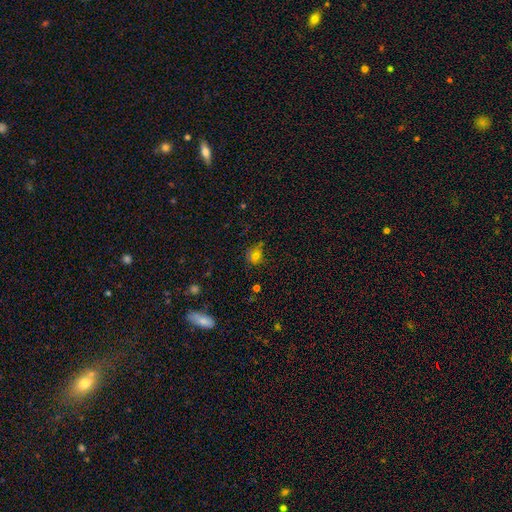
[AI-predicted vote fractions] smooth_or_featured: smooth (p=0.71) [alt: star or artifact p=0.17]
how_rounded: round (p=0.75) [alt: in between p=0.24]
merging: none (p=0.61) [alt: minor disturbance p=0.24]